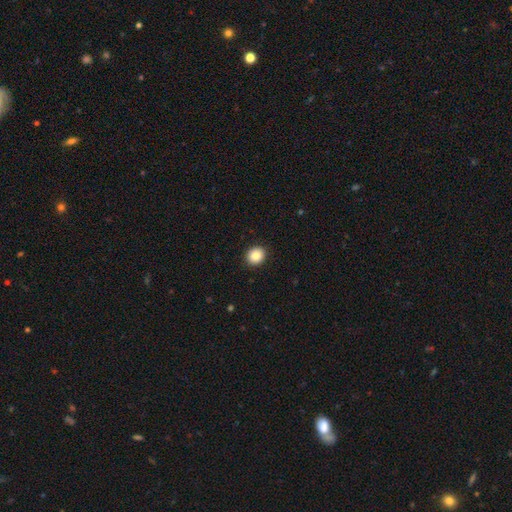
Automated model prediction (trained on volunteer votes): Morphology: type=smooth (87%); roundness=round (78%); merging=none (92%).